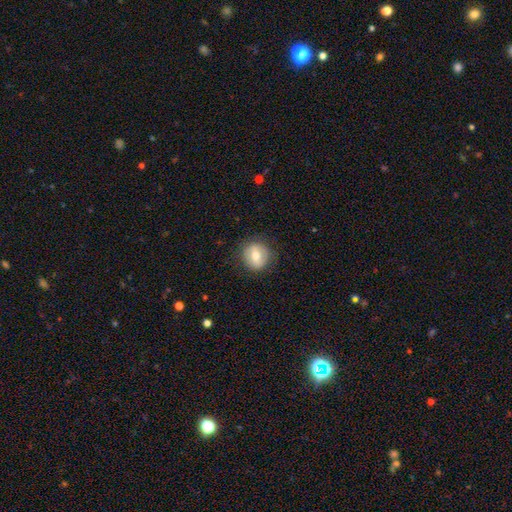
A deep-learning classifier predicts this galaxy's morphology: Smooth or featured? Predicted: smooth (p=0.65). How rounded? Predicted: round (p=0.88). Merging? Predicted: none (p=0.85).